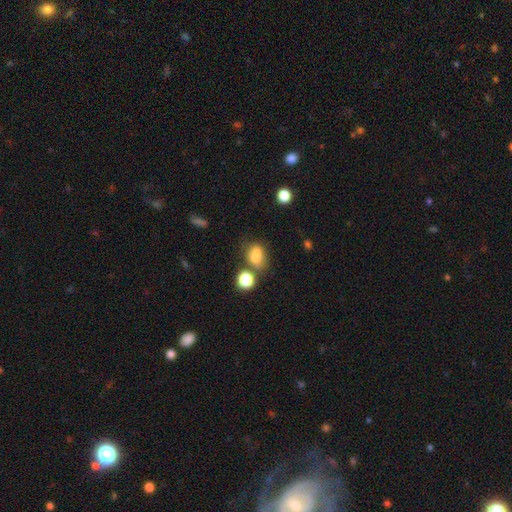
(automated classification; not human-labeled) Smooth or featured: smooth — 72% (featured or disk — 14%)
How rounded: in between — 60% (round — 38%)
Merging: none — 40% (merger — 37%)